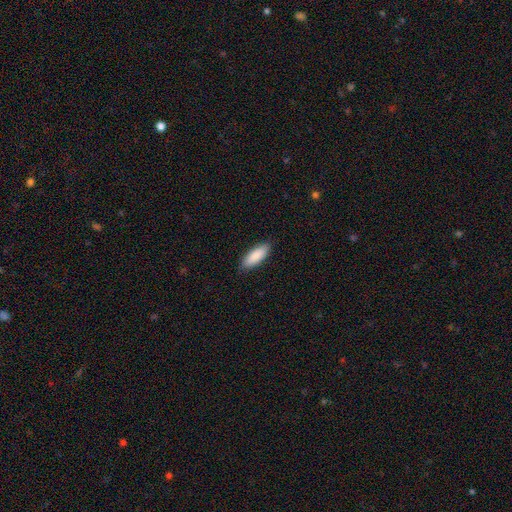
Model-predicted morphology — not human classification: Smooth or featured? Predicted: smooth (p=0.89). How rounded? Predicted: in between (p=0.70). Merging? Predicted: none (p=0.87).